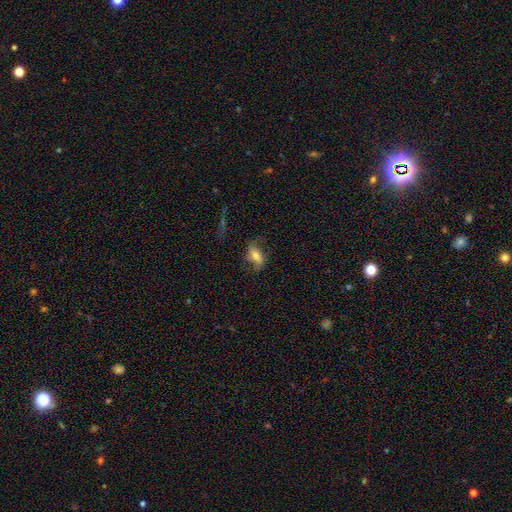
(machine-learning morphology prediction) A smooth galaxy with no disk features (51%) that is in between round and cigar-shaped (82%). Merging: none (64%).